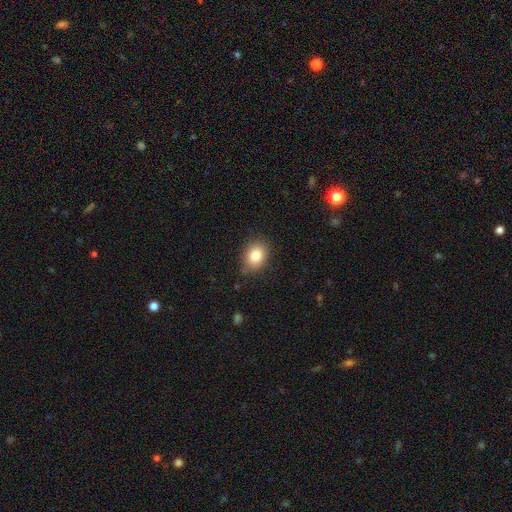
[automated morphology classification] Smooth or featured? smooth (81%)
How rounded? in between (58%)
Merging? none (81%)